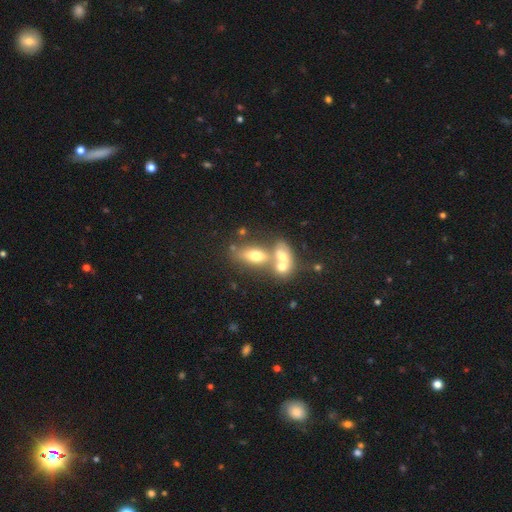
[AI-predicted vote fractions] Smooth or featured? smooth (63%)
How rounded? in between (76%)
Merging? merger (52%)